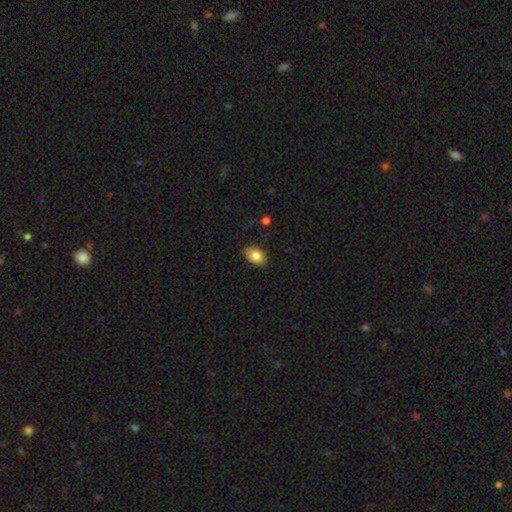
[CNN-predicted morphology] Q: Smooth or featured?
A: smooth (83%); runner-up: featured or disk (10%)
Q: How rounded?
A: in between (87%); runner-up: round (12%)
Q: Merging?
A: none (86%); runner-up: minor disturbance (11%)